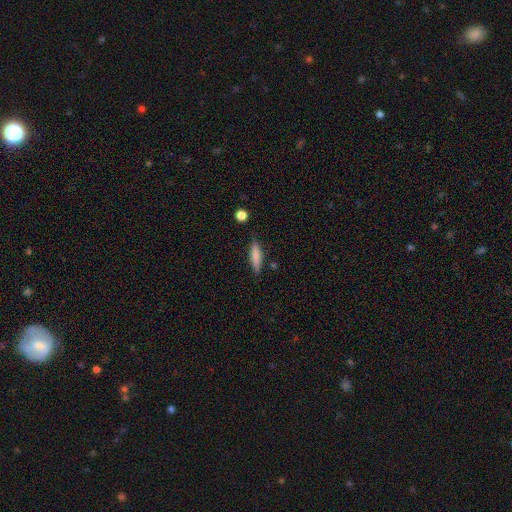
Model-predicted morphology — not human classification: Q: Smooth or featured?
A: smooth (74%); runner-up: featured or disk (19%)
Q: How rounded?
A: cigar-shaped (80%); runner-up: in between (18%)
Q: Merging?
A: none (81%); runner-up: minor disturbance (14%)